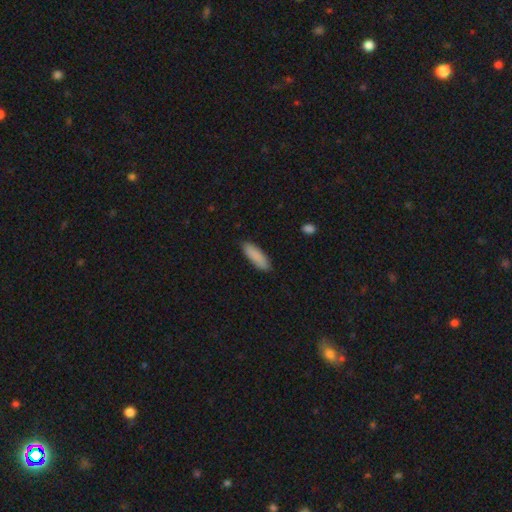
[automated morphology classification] A smooth galaxy with no disk features (88%) that is in between round and cigar-shaped (50%). Merging: none (87%).